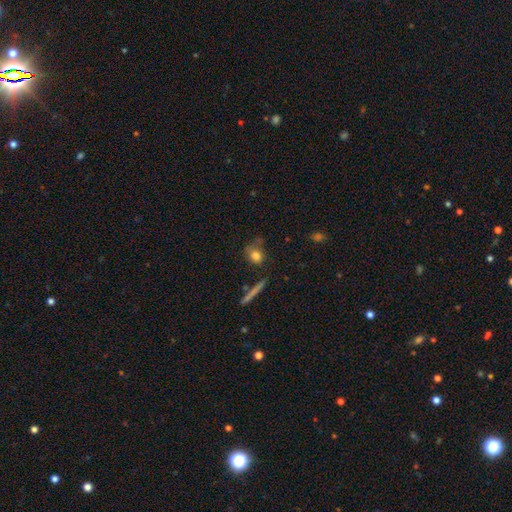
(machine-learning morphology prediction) type=smooth (73%); roundness=round (49%); merging=none (54%).